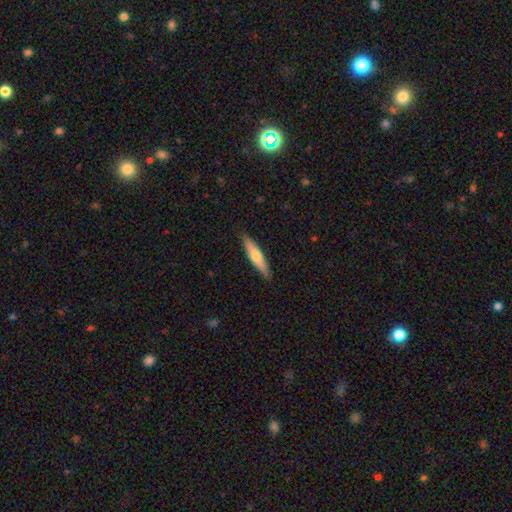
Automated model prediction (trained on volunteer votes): Smooth or featured?
  - smooth: 62% *
  - featured or disk: 33%
  - star or artifact: 5%
How rounded?
  - cigar-shaped: 82% *
  - in between: 17%
  - round: 1%
Merging?
  - none: 88% *
  - minor disturbance: 9%
  - major disturbance: 2%
  - merger: 1%